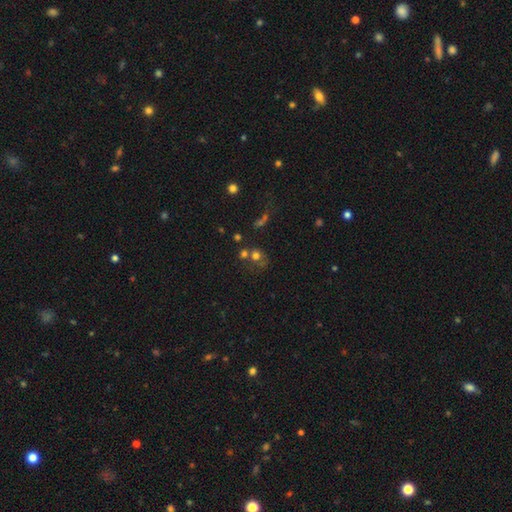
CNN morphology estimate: type=smooth (61%); roundness=round (77%); merging=none (41%).